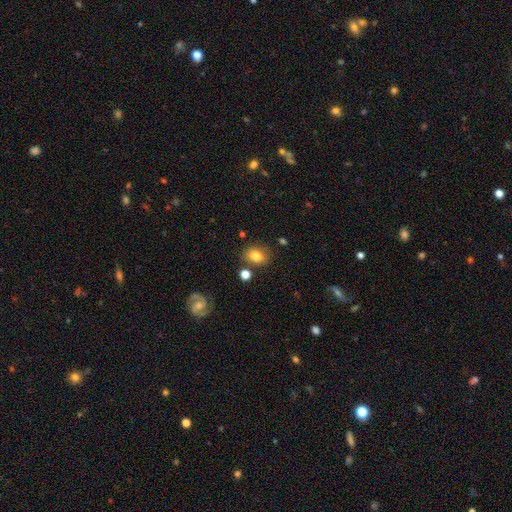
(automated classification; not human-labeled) This appears to be a smooth galaxy with no disk features (78%) that is in between round and cigar-shaped (56%). Merging: none (79%).